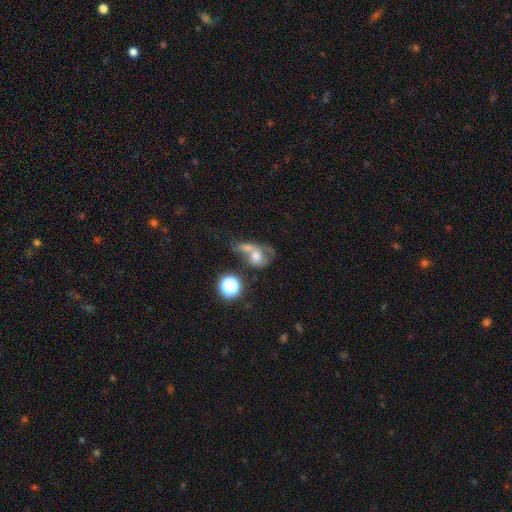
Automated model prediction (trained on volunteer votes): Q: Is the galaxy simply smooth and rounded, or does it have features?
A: smooth — 53%.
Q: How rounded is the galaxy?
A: round — 51%.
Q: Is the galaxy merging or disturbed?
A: merger — 58%.